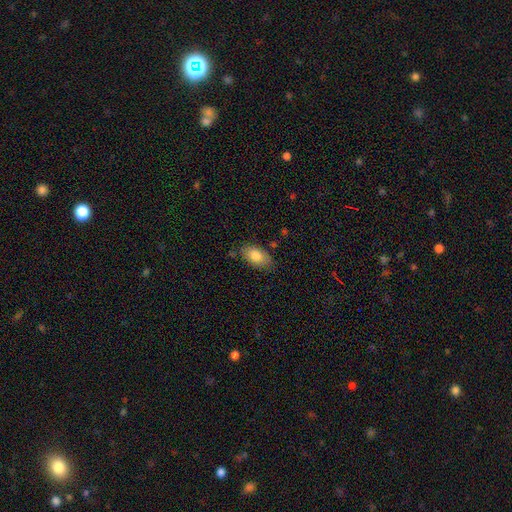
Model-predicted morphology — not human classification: Overall: smooth (82%). How rounded: in between (92%). Merging: none (77%).